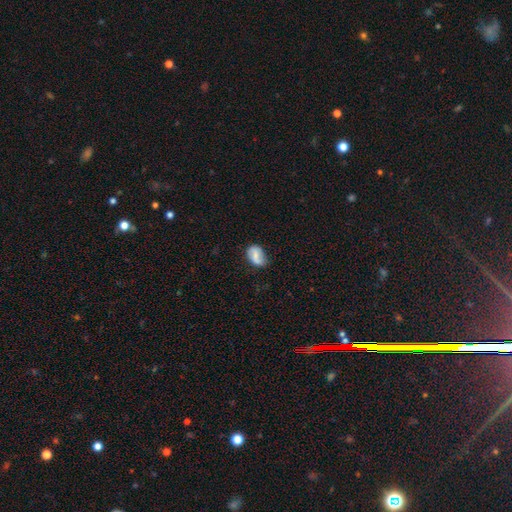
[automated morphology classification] Smooth or featured? smooth (53%)
How rounded? in between (79%)
Merging? none (63%)